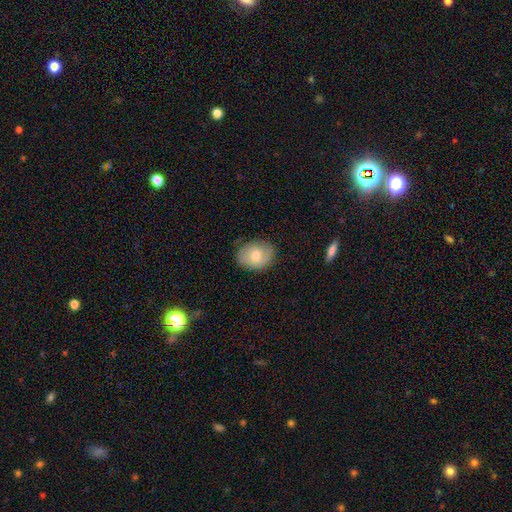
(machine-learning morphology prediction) Q: Smooth or featured?
A: smooth (63%); runner-up: featured or disk (29%)
Q: How rounded?
A: in between (61%); runner-up: round (37%)
Q: Merging?
A: none (80%); runner-up: minor disturbance (16%)